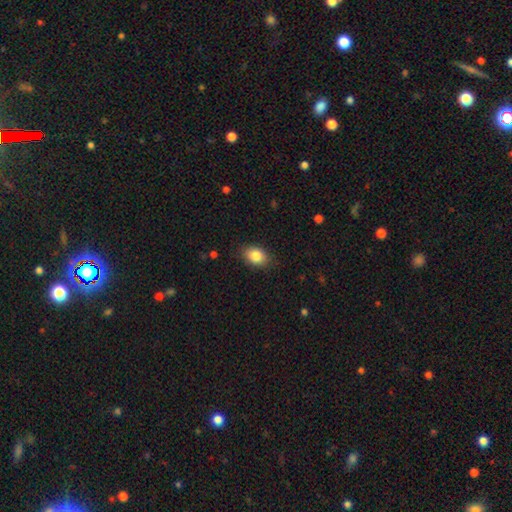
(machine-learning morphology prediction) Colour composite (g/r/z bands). It shows a smooth galaxy with no disk features (86%) that is in between round and cigar-shaped (79%). Merging: none (85%).